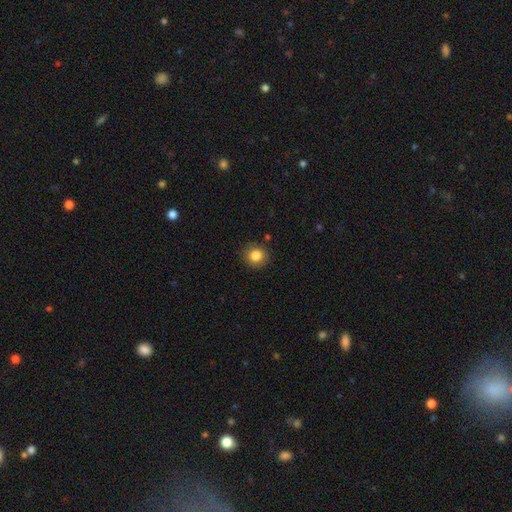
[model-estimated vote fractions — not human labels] Morphology: type=smooth (84%); roundness=round (87%); merging=none (88%).